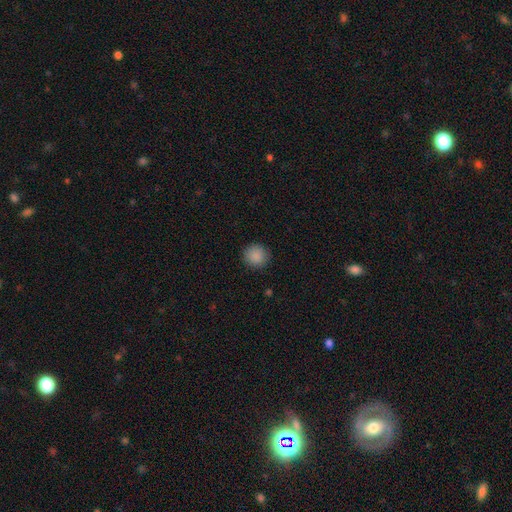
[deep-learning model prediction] smooth-or-featured: smooth: 88% | star or artifact: 9% | featured or disk: 3%
  how-rounded: round: 92% | in between: 7% | cigar-shaped: 1%
  merging: none: 90% | minor disturbance: 7% | major disturbance: 2% | merger: 1%